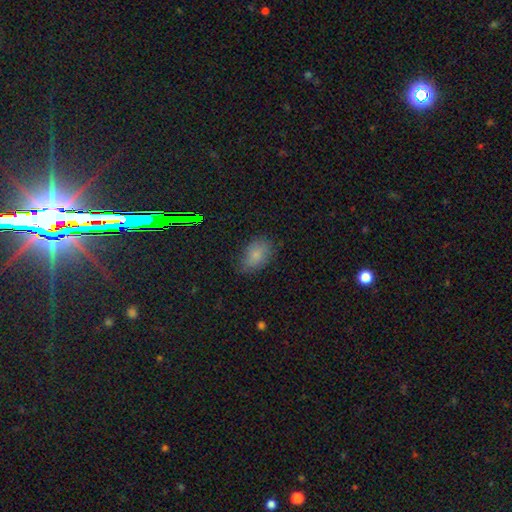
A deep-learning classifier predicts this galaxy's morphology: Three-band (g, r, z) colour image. It shows a smooth galaxy with no disk features (79%) that is in between round and cigar-shaped (86%). Merging: none (69%).